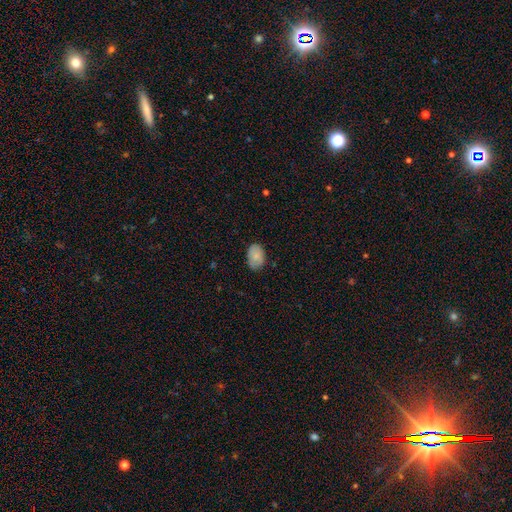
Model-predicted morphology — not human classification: Smooth or featured?
  - smooth: 84% *
  - featured or disk: 9%
  - star or artifact: 7%
How rounded?
  - in between: 87% *
  - round: 12%
  - cigar-shaped: 1%
Merging?
  - none: 81% *
  - minor disturbance: 16%
  - major disturbance: 3%
  - merger: 1%